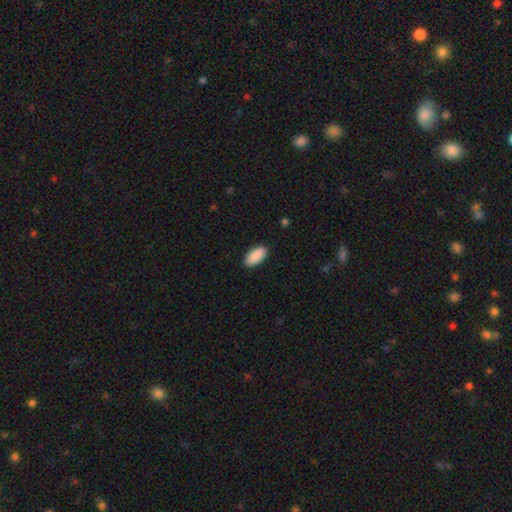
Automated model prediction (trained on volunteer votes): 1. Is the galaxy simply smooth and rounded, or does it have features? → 91% smooth, 6% star or artifact, 3% featured or disk.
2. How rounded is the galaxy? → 92% in between, 6% cigar-shaped, 2% round.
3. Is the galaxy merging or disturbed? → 90% none, 8% minor disturbance, 2% major disturbance, 1% merger.